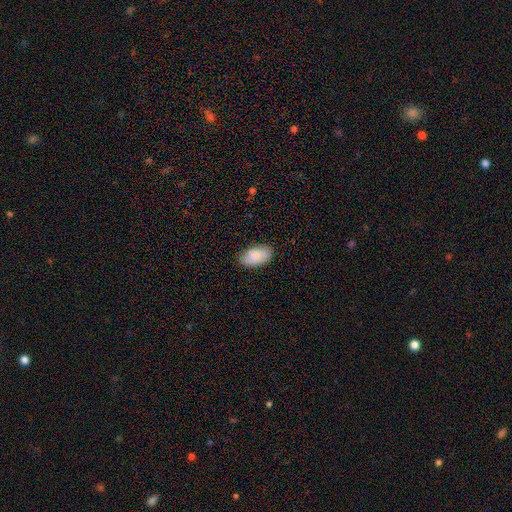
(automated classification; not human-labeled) Smooth or featured: smooth — 83% (featured or disk — 10%)
How rounded: in between — 95% (round — 3%)
Merging: none — 81% (minor disturbance — 15%)